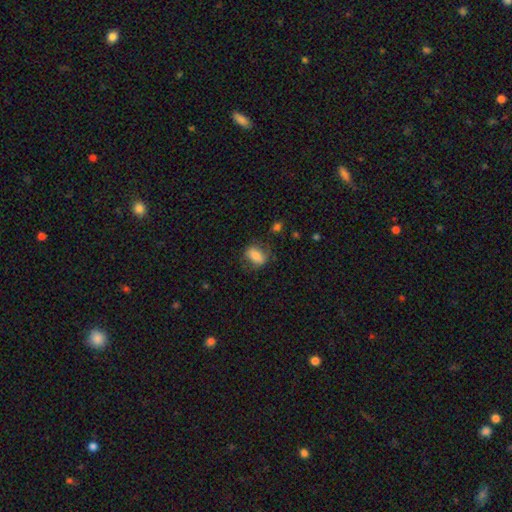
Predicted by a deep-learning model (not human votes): Smooth or featured?
  - smooth: 72% *
  - featured or disk: 20%
  - star or artifact: 8%
How rounded?
  - in between: 78% *
  - round: 18%
  - cigar-shaped: 5%
Merging?
  - none: 69% *
  - minor disturbance: 20%
  - major disturbance: 9%
  - merger: 2%